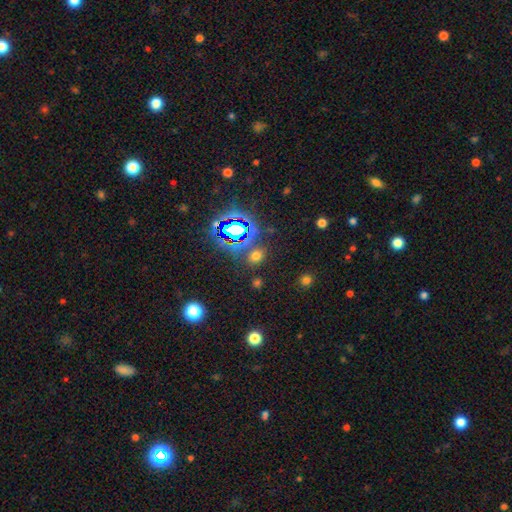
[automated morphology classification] Smooth or featured? smooth (55%)
How rounded? round (53%)
Merging? none (81%)